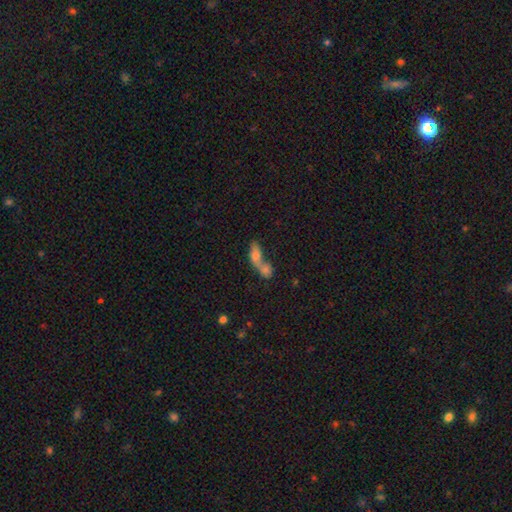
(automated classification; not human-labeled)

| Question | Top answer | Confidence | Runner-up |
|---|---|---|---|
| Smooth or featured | smooth | 64% | featured or disk (25%) |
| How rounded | in between | 66% | cigar-shaped (19%) |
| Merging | merger | 74% | none (13%) |